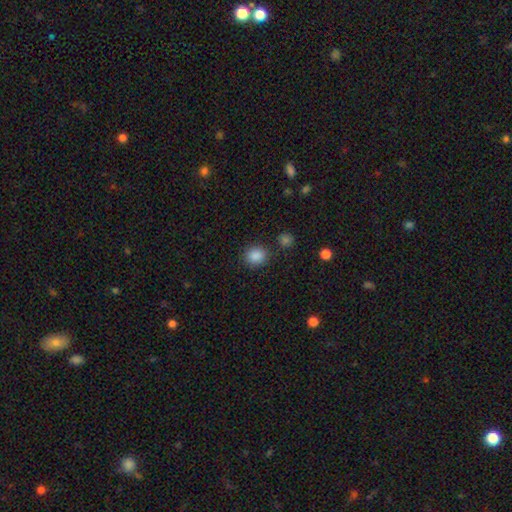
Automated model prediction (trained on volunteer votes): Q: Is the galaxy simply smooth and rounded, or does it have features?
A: smooth — 86%.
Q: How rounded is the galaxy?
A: round — 72%.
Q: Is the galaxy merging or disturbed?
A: none — 83%.